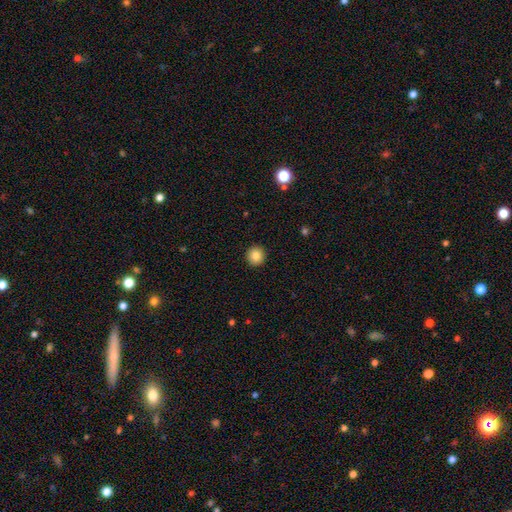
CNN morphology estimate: The model was most divided on "smooth or featured": smooth: 84%, star or artifact: 10%, featured or disk: 6%. More confident: how rounded — round (94%); merging — none (93%).